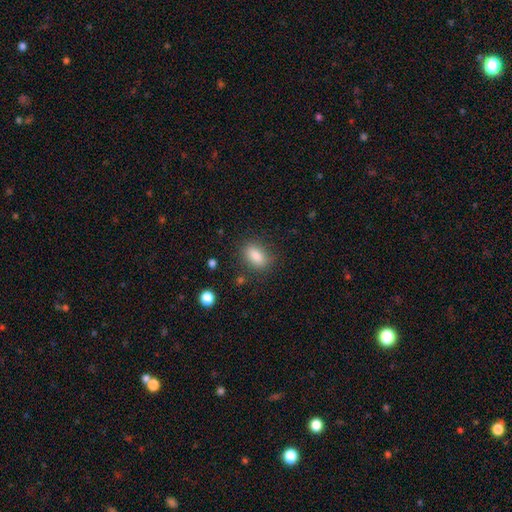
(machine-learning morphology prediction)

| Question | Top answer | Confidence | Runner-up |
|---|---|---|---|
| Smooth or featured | smooth | 85% | star or artifact (9%) |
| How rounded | in between | 84% | round (11%) |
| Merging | none | 81% | minor disturbance (13%) |